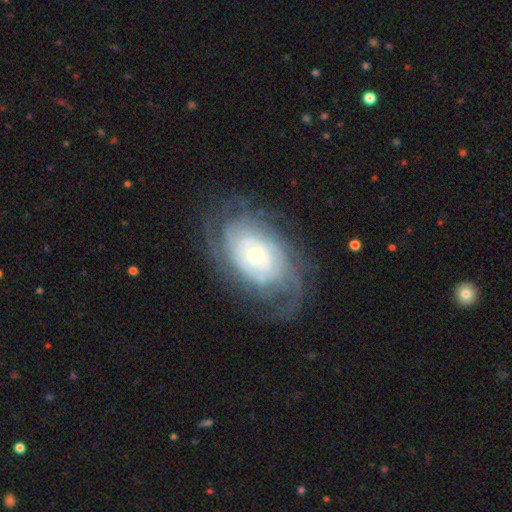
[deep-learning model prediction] Overall: featured or disk (84%). Edge-on disk: no (96%). Bar: no (77%). Spiral arms: yes (92%). Spiral arm count: can't tell (45%; 2 15%). Spiral winding: tight (71%). Bulge size: small (52%; moderate 40%). Merging: none (70%).